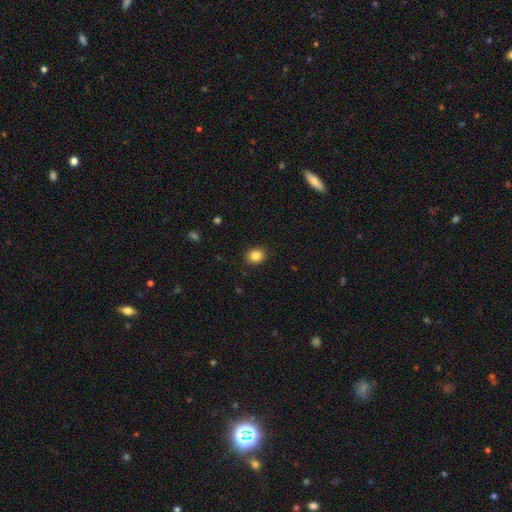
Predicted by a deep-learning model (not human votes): Smooth or featured?
  - smooth: 85% *
  - star or artifact: 10%
  - featured or disk: 5%
How rounded?
  - round: 65% *
  - in between: 34%
  - cigar-shaped: 1%
Merging?
  - none: 90% *
  - minor disturbance: 7%
  - major disturbance: 2%
  - merger: 1%